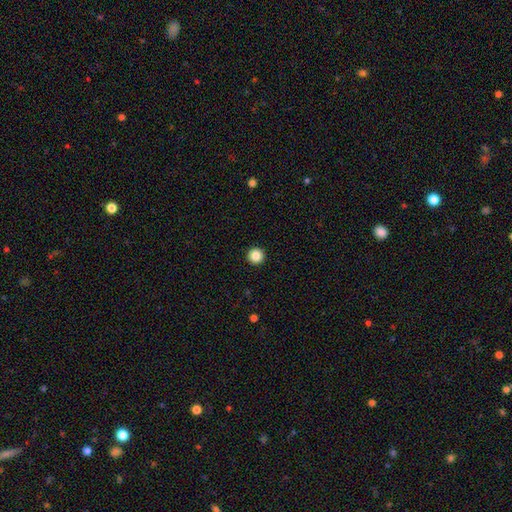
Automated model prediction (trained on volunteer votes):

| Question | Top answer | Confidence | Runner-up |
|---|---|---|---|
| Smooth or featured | smooth | 86% | star or artifact (10%) |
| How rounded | round | 97% | in between (2%) |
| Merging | none | 94% | minor disturbance (4%) |